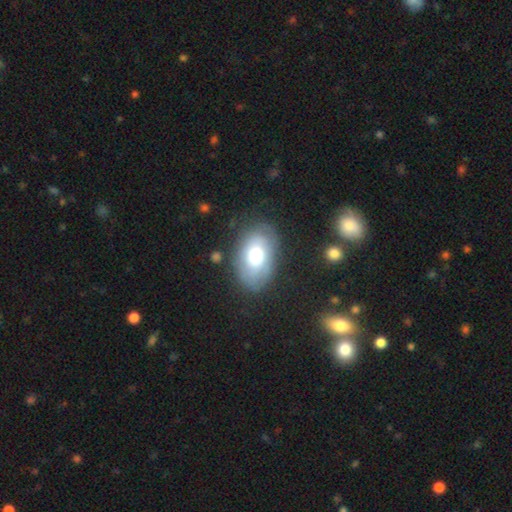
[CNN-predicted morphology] type=smooth (57%); roundness=in between (84%); merging=none (74%).